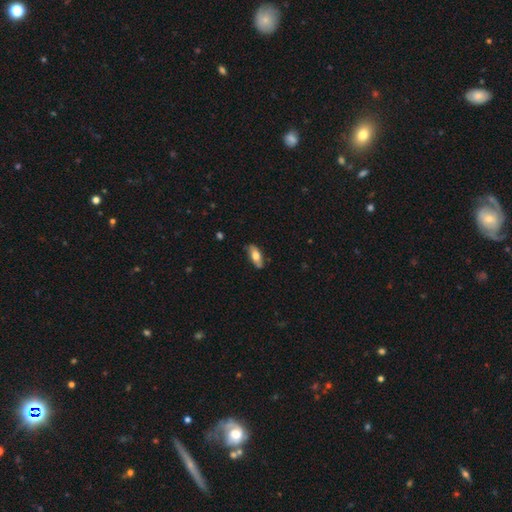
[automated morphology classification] Smooth or featured? Predicted: smooth (p=0.67). How rounded? Predicted: in between (p=0.80). Merging? Predicted: none (p=0.78).